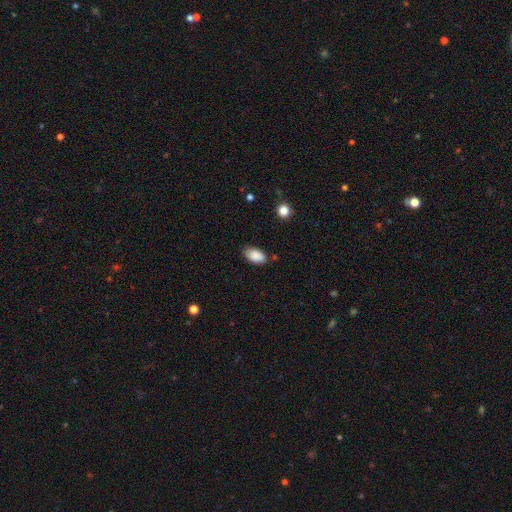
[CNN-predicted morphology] smooth 89%, star or artifact 7%, featured or disk 4%. Down the decision tree: how rounded — in between (94%); merging — none (79%).